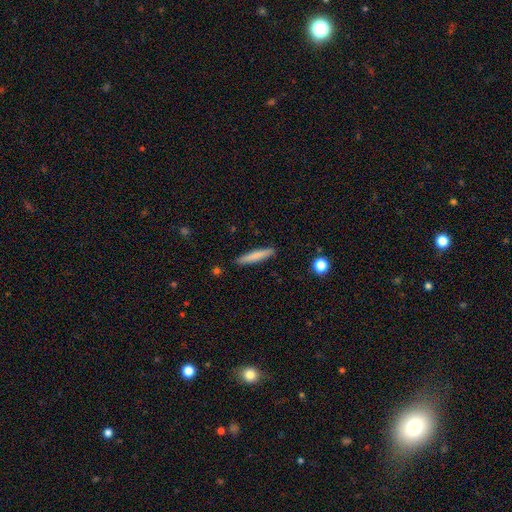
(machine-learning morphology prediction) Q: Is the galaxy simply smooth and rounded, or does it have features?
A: smooth — 78%.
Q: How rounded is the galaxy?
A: cigar-shaped — 92%.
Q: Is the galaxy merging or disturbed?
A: none — 89%.